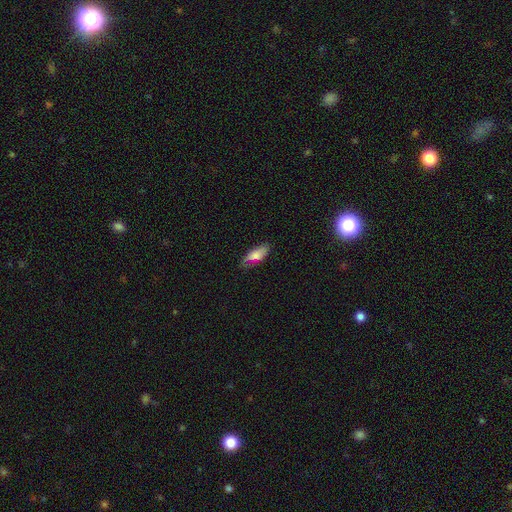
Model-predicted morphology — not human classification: This is likely a smooth galaxy (74%). How rounded: likely in between (73%). Merging: likely none (67%).